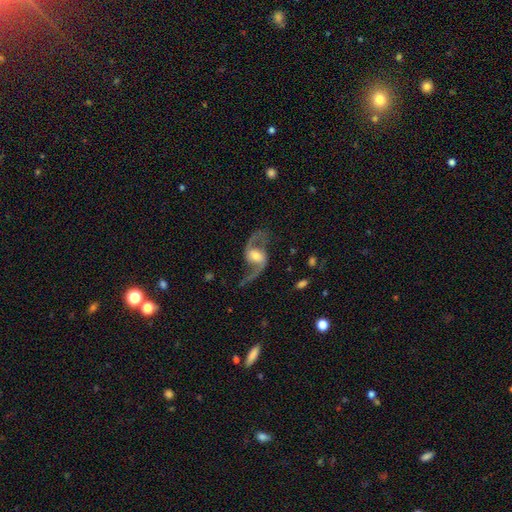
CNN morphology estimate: A featured or disk galaxy (90%) with a weak bar (43%), 2 (94%) loose (73%) spiral arms (97%) and a moderate central bulge (57%).

Vote fractions:
- Smooth or featured? featured or disk: 90% / star or artifact: 5% / smooth: 5%
- Edge-on disk? no: 97% / yes: 3%
- Bar? weak: 43% / no: 34% / strong: 22%
- Spiral arms? yes: 97% / no: 3%
- Spiral winding? loose: 73% / medium: 23% / tight: 4%
- Spiral arm count? 2: 94% / 1: 2% / can't tell: 1% / 3: 1% / 4: 1% / more than 4: 1%
- Bulge size? moderate: 57% / small: 26% / large: 13% / none: 3% / dominant: 2%
- Merging? none: 73% / minor disturbance: 13% / major disturbance: 12% / merger: 2%